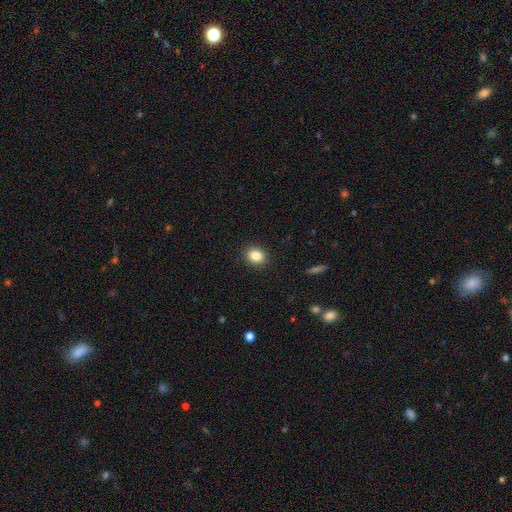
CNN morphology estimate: Overall: smooth (85%). How rounded: in between (51%; round 48%). Merging: none (90%).